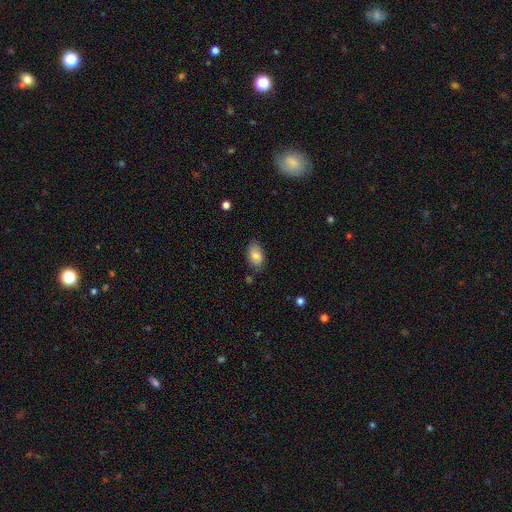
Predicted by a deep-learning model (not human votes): Smooth or featured: smooth — 82% (featured or disk — 11%)
How rounded: in between — 92% (round — 6%)
Merging: none — 77% (minor disturbance — 17%)